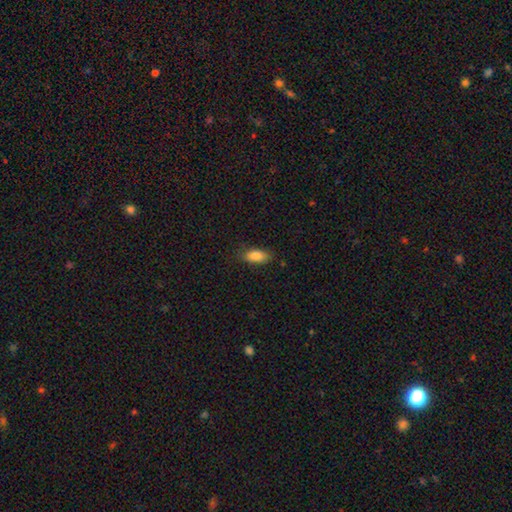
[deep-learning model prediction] Smooth or featured? smooth (85%)
How rounded? in between (87%)
Merging? none (81%)